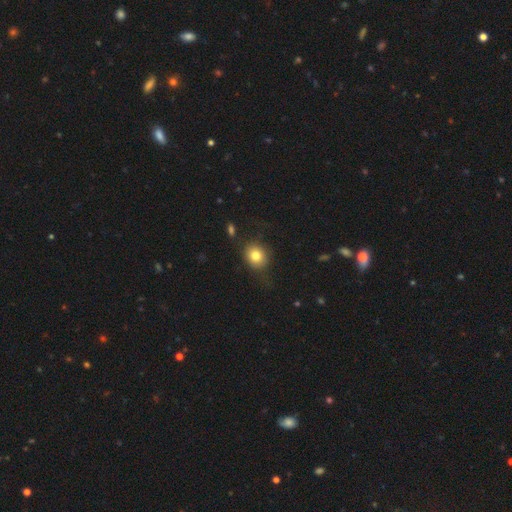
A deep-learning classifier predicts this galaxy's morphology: smooth_or_featured: smooth (p=0.79) [alt: star or artifact p=0.10]
how_rounded: round (p=0.70) [alt: in between p=0.29]
merging: none (p=0.73) [alt: minor disturbance p=0.17]